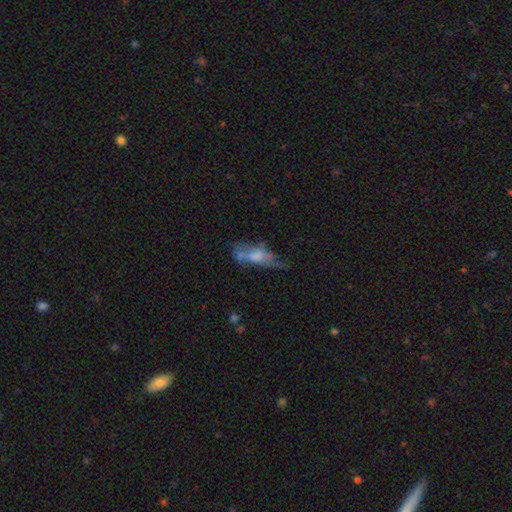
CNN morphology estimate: Smooth or featured? Predicted: smooth (p=0.45, tied with featured or disk). Merging? Predicted: none (p=0.31).